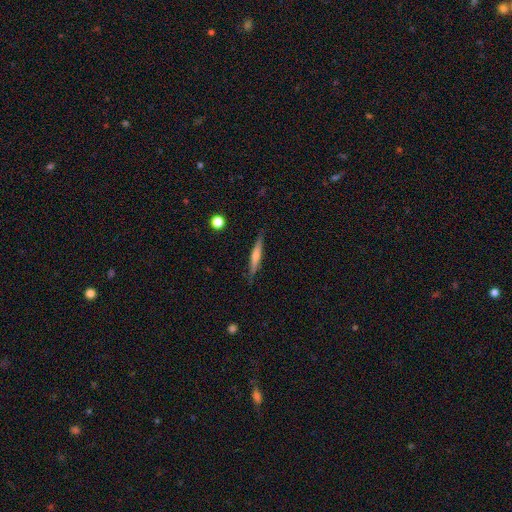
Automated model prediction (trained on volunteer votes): smooth_or_featured: featured or disk (p=0.53) [alt: smooth p=0.40]
disk_edge_on: yes (p=0.96) [alt: no p=0.04]
edge_on_bulge: rounded (p=0.57) [alt: none p=0.32]
merging: none (p=0.87) [alt: minor disturbance p=0.10]